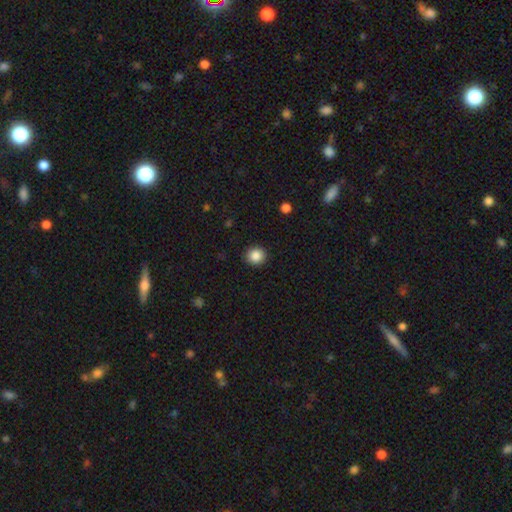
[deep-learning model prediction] smooth-or-featured: smooth: 87% | star or artifact: 10% | featured or disk: 3%
  how-rounded: round: 88% | in between: 11% | cigar-shaped: 1%
  merging: none: 91% | minor disturbance: 6% | major disturbance: 2% | merger: 1%